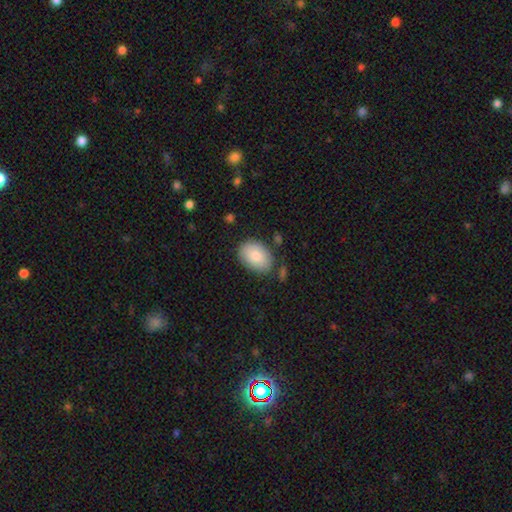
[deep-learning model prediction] This is clearly a smooth galaxy (83%). How rounded: likely in between (79%). Merging: likely none (75%).